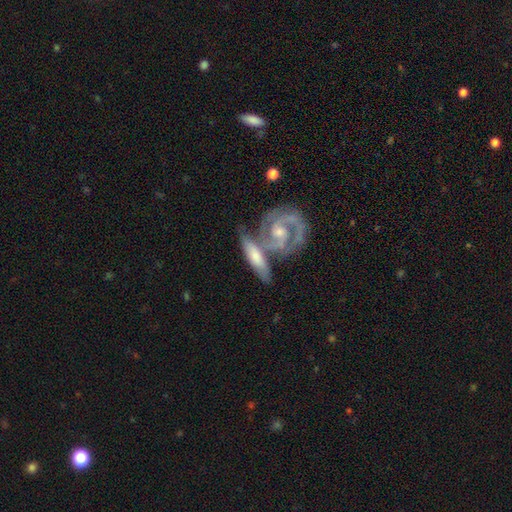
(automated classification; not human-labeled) This is likely a featured or disk galaxy (68%). It is clearly not viewed edge-on (85%). Bar: possibly no (56%). Spiral arm pattern: clearly yes (92%). Spiral arm count: likely 2 (63%). Spiral winding: possibly tight (52%). Central bulge: possibly small (47%). Merging: marginally merger (40%).